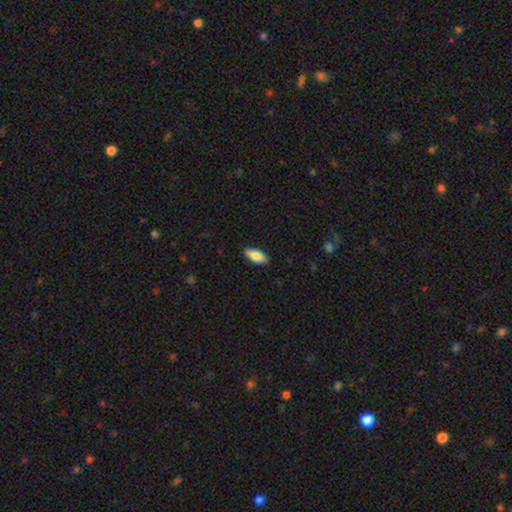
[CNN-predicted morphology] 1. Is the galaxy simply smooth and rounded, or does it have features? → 77% smooth, 17% featured or disk, 6% star or artifact.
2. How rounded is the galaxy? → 80% in between, 18% cigar-shaped, 2% round.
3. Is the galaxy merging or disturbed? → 88% none, 9% minor disturbance, 2% major disturbance, 1% merger.